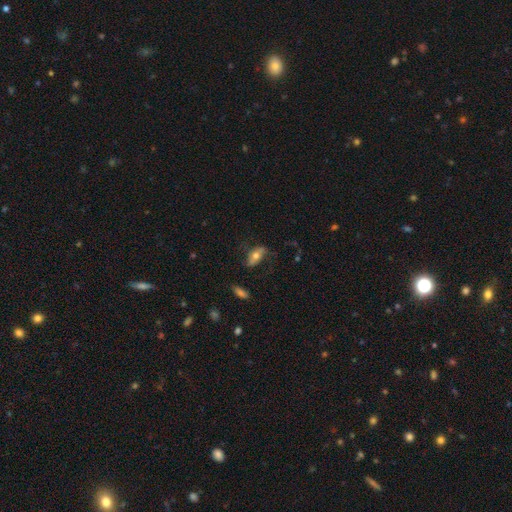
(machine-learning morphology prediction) Smooth or featured: smooth — 49% (featured or disk — 42%)
Merging: none — 63% (minor disturbance — 22%)